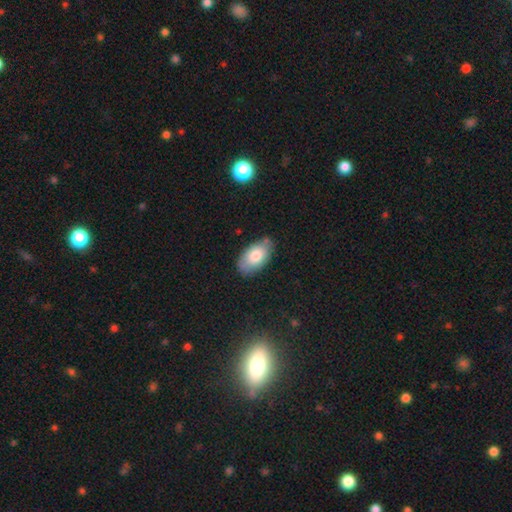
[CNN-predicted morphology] A smooth galaxy with no disk features (78%) that is in between round and cigar-shaped (94%).

Vote fractions:
- Smooth or featured? smooth: 78% / featured or disk: 16% / star or artifact: 7%
- How rounded? in between: 94% / round: 4% / cigar-shaped: 2%
- Merging? none: 76% / minor disturbance: 19% / major disturbance: 3% / merger: 3%